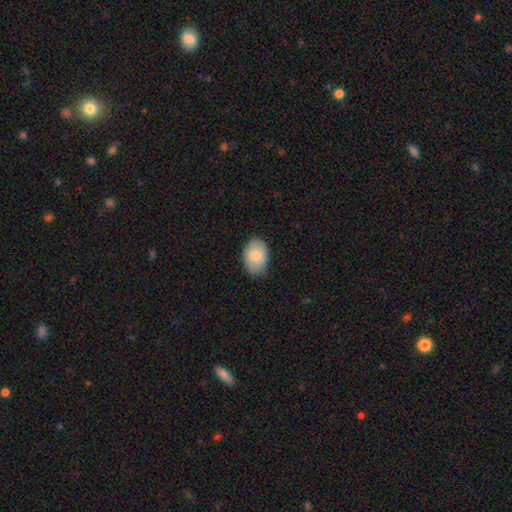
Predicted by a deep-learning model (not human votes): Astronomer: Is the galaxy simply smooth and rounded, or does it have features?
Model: smooth — 86%.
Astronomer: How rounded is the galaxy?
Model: in between — 88%.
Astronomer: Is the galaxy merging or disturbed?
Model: none — 83%.